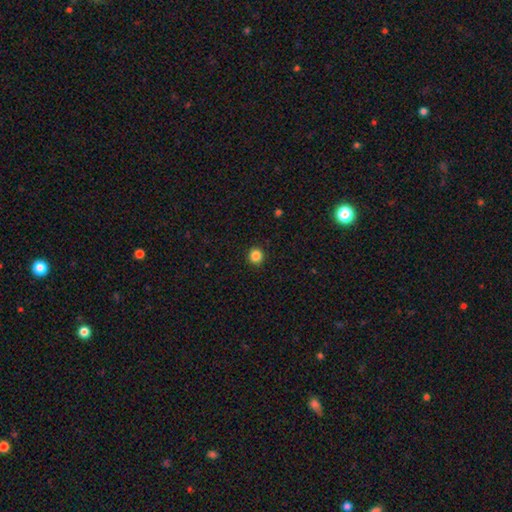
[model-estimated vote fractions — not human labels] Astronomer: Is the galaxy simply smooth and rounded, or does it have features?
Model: smooth — 86%.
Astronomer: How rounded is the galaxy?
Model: round — 93%.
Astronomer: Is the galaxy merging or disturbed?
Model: none — 93%.